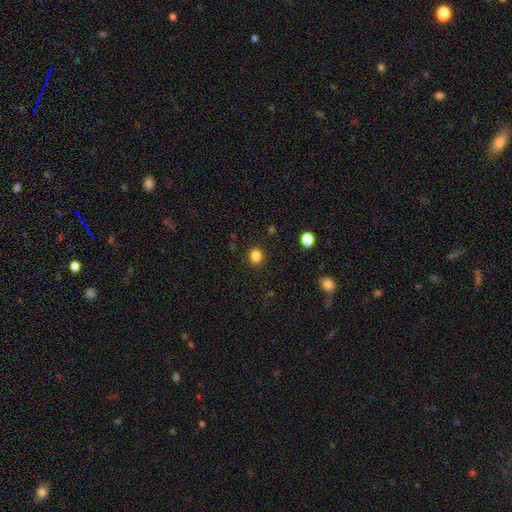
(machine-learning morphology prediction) type=smooth (84%); roundness=round (75%); merging=none (88%).